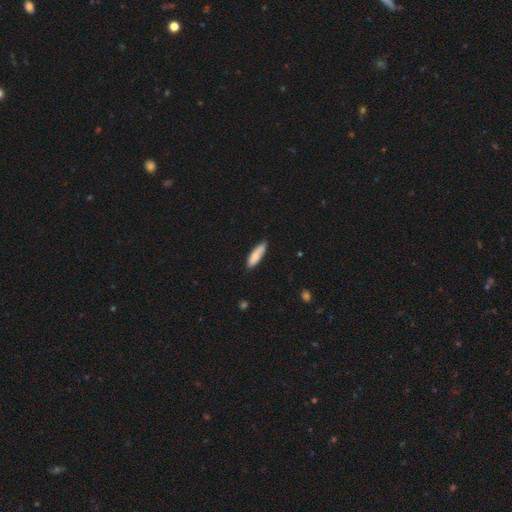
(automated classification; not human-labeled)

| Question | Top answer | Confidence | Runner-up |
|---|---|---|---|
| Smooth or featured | smooth | 83% | featured or disk (12%) |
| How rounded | cigar-shaped | 56% | in between (43%) |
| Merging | none | 76% | minor disturbance (20%) |